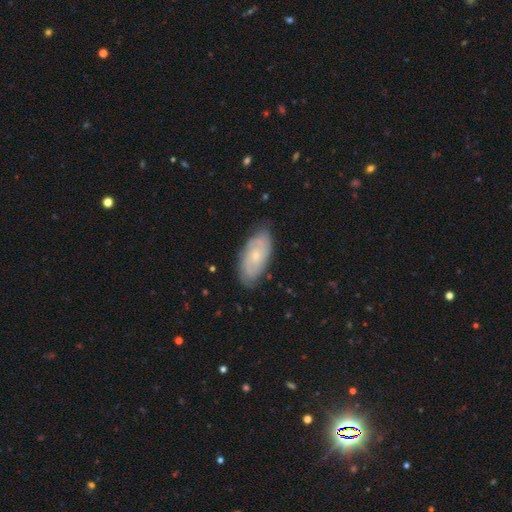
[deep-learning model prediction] Morphology: type=featured or disk (69%); edge-on=no (93%); bar=no (75%); spiral arms=yes (90%); winding=tight (62%); arm count=2 (40%); bulge=small (74%); merging=none (79%).